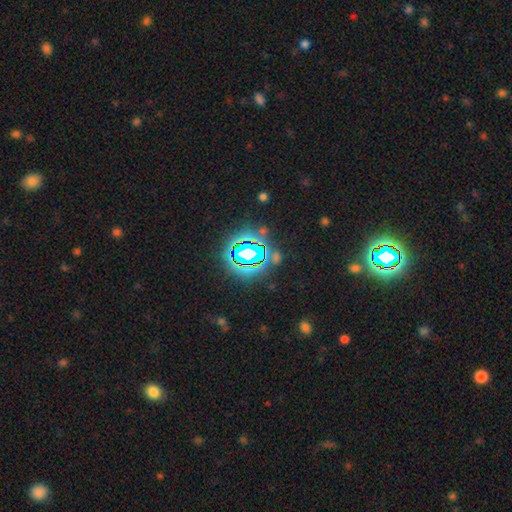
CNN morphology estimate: This is likely a star or artifact rather than a galaxy (77%).